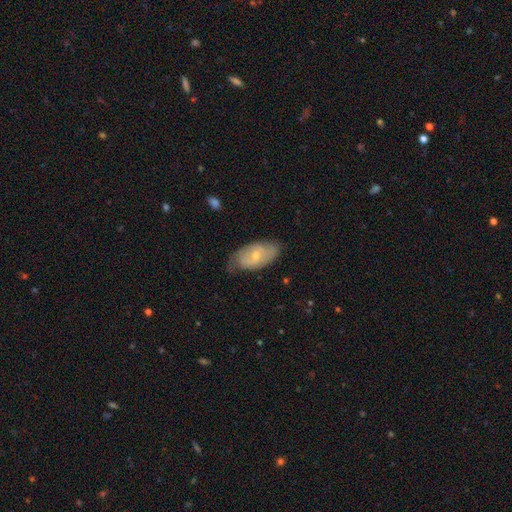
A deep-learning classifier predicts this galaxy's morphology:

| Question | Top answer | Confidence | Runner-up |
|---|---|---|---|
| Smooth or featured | featured or disk | 53% | smooth (41%) |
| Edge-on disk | no | 91% | yes (9%) |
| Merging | none | 62% | minor disturbance (29%) |